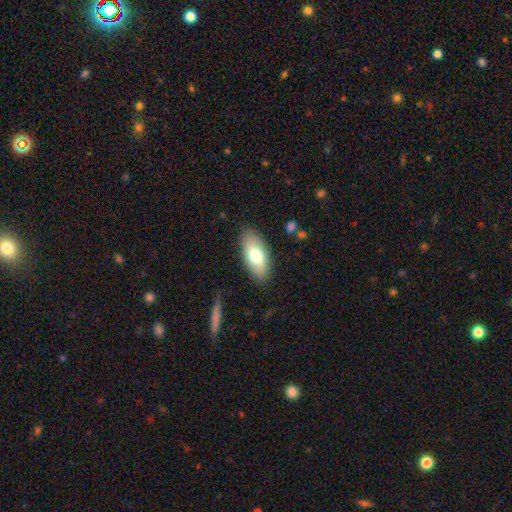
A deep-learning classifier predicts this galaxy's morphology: Smooth or featured: smooth — 73% (featured or disk — 21%)
How rounded: in between — 90% (cigar-shaped — 8%)
Merging: none — 85% (minor disturbance — 11%)